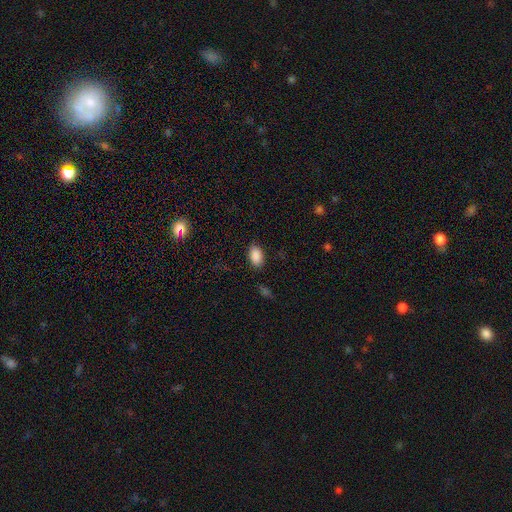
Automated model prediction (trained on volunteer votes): Morphology: type=smooth (89%); roundness=in between (91%); merging=none (85%).